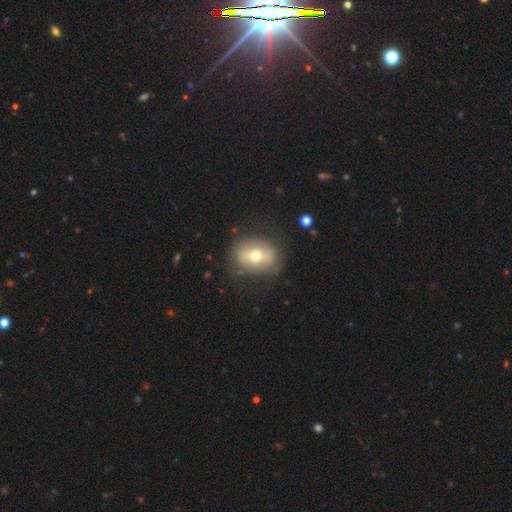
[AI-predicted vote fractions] This is possibly a featured or disk galaxy (49%). Merging: likely none (76%).